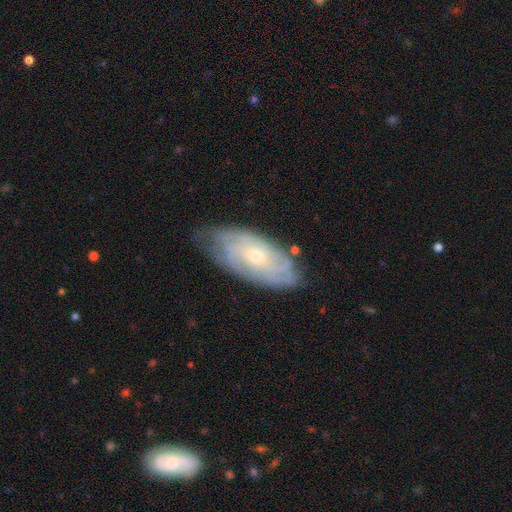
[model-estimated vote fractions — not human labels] Smooth or featured?
  - featured or disk: 79% *
  - smooth: 15%
  - star or artifact: 6%
Edge-on disk?
  - no: 92% *
  - yes: 8%
Bar?
  - no: 71% *
  - weak: 25%
  - strong: 4%
Spiral arms?
  - yes: 93% *
  - no: 7%
Spiral winding?
  - tight: 72% *
  - medium: 23%
  - loose: 5%
Spiral arm count?
  - can't tell: 47% *
  - 4: 17%
  - 3: 13%
  - 2: 12%
  - more than 4: 7%
  - 1: 4%
Bulge size?
  - small: 57% *
  - moderate: 40%
  - large: 1%
  - none: 1%
  - dominant: 1%
Merging?
  - none: 73% *
  - minor disturbance: 21%
  - major disturbance: 5%
  - merger: 2%